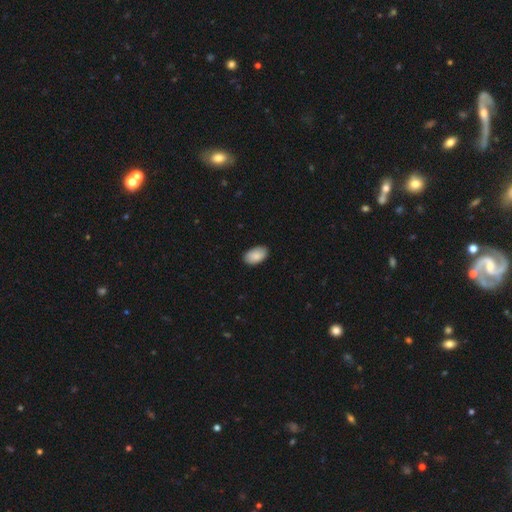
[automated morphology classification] A smooth galaxy with no disk features (88%) that is in between round and cigar-shaped (94%).

Vote fractions:
- Smooth or featured? smooth: 88% / star or artifact: 6% / featured or disk: 5%
- How rounded? in between: 94% / round: 5% / cigar-shaped: 1%
- Merging? none: 86% / minor disturbance: 11% / major disturbance: 2% / merger: 1%